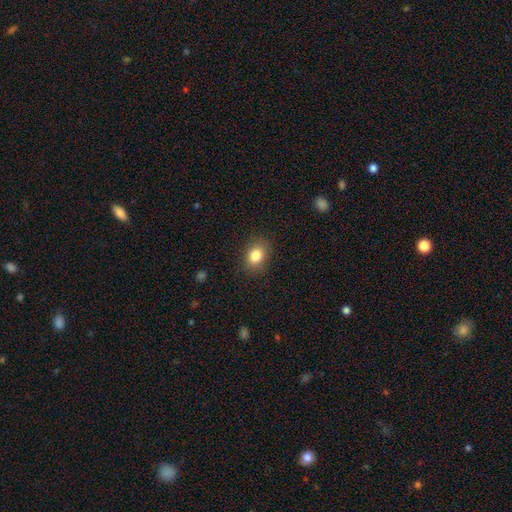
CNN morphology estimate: The model was most divided on "how rounded": in between: 61%, round: 37%, cigar-shaped: 1%. More confident: merging — none (85%); smooth or featured — smooth (83%).